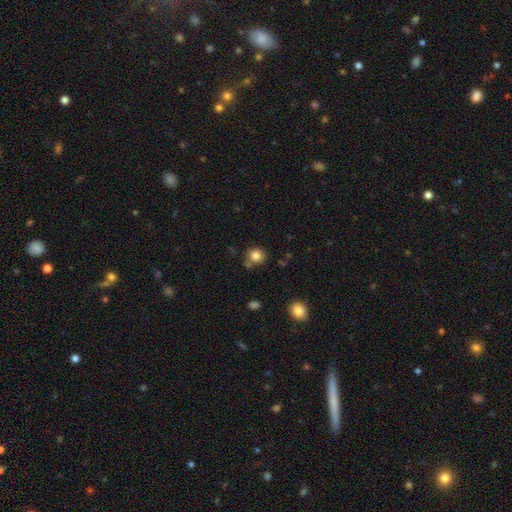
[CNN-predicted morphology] Smooth or featured? smooth (82%)
How rounded? round (86%)
Merging? none (74%)